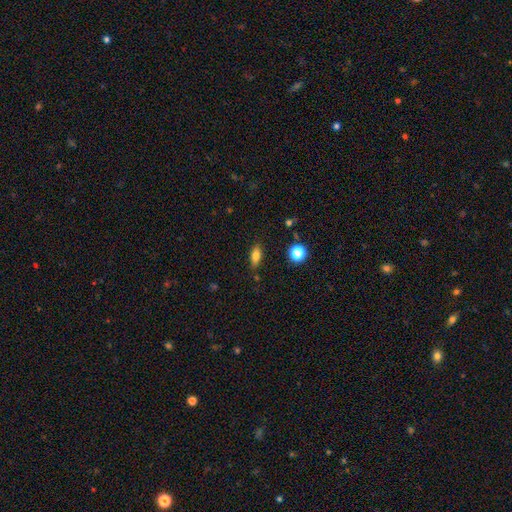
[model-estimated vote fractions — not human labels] Smooth or featured?
  - smooth: 76% *
  - featured or disk: 14%
  - star or artifact: 10%
How rounded?
  - in between: 75% *
  - cigar-shaped: 19%
  - round: 7%
Merging?
  - none: 82% *
  - minor disturbance: 13%
  - major disturbance: 3%
  - merger: 2%